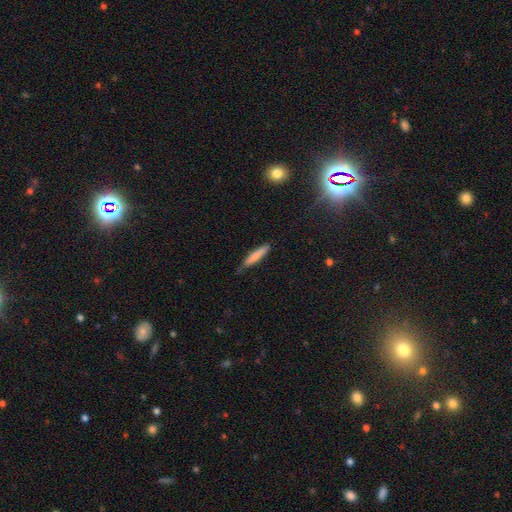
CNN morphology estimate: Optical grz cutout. It shows a smooth galaxy with no disk features (77%) that is cigar-shaped (90%). Merging: none (69%).